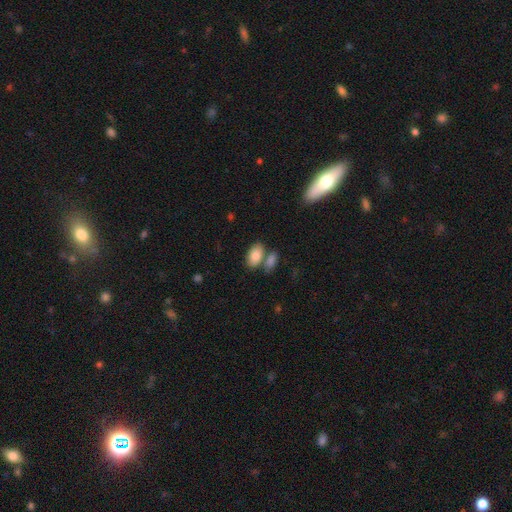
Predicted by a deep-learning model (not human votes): Overall: smooth (85%). How rounded: in between (93%). Merging: none (53%; merger 31%).